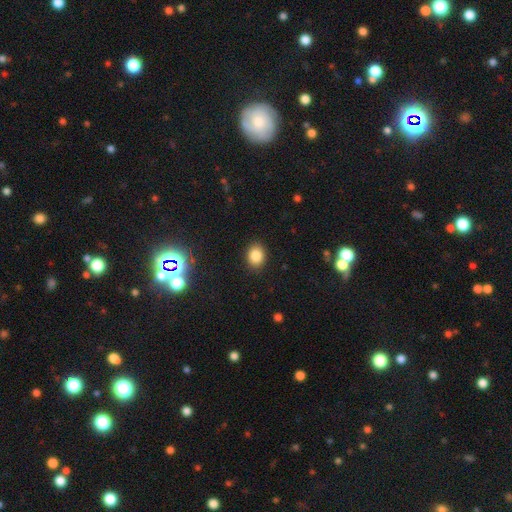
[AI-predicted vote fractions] This appears to be a smooth galaxy with no disk features (85%) that is round (51%). Merging: none (88%).